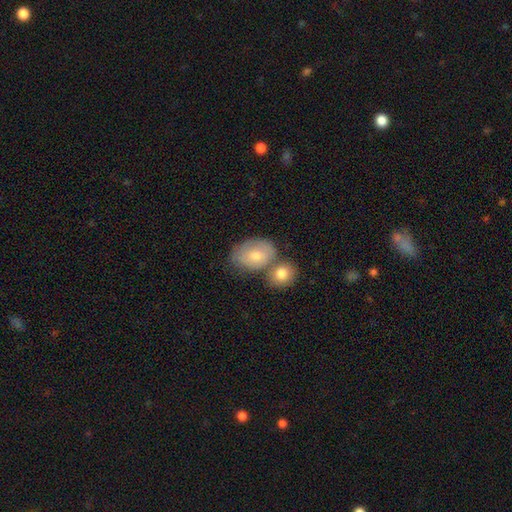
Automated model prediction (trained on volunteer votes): This is likely a smooth galaxy (71%). How rounded: likely in between (75%). Merging: marginally none (38%, tied with merger).